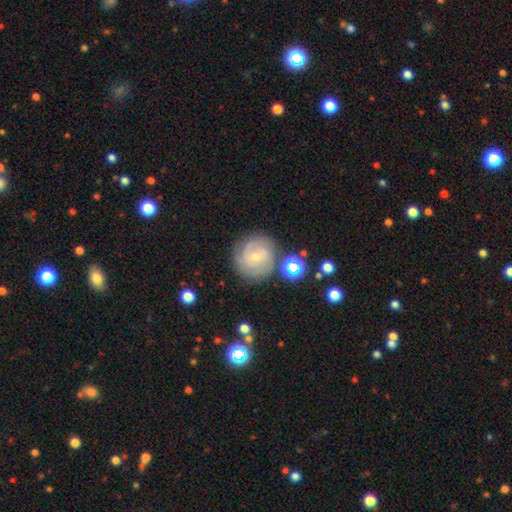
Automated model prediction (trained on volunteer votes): Overall: featured or disk (64%; smooth 27%). Edge-on disk: no (97%). Bar: weak (50%; no 38%). Spiral arms: yes (86%). Spiral arm count: 2 (40%; can't tell 34%). Spiral winding: tight (57%; medium 33%). Bulge size: small (73%). Merging: none (76%).